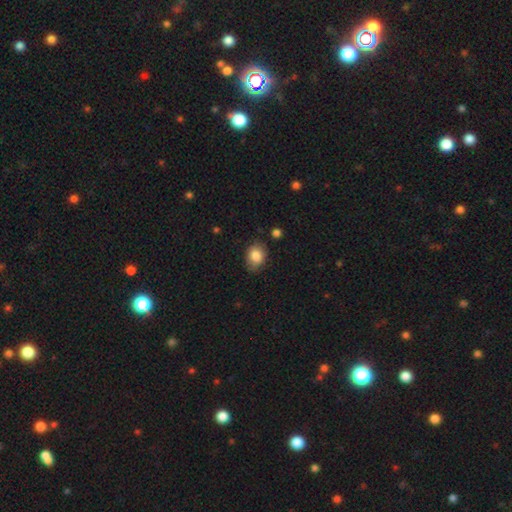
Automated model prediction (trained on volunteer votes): Overall: smooth (84%). How rounded: in between (65%; round 34%). Merging: none (77%).